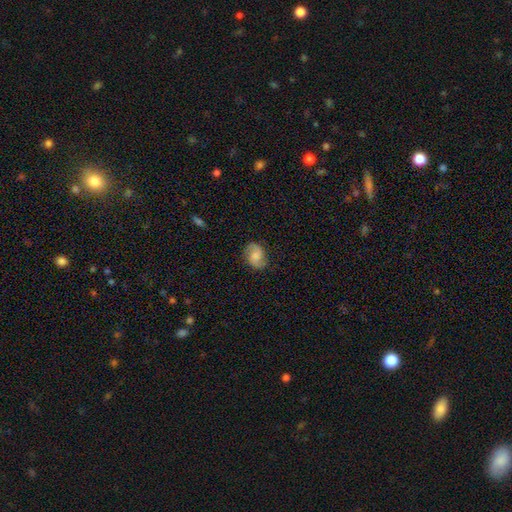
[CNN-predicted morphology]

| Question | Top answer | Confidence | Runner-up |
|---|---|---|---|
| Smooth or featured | featured or disk | 62% | smooth (30%) |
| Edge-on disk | no | 98% | yes (2%) |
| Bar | no | 53% | weak (39%) |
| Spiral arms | yes | 94% | no (6%) |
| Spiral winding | medium | 48% | loose (35%) |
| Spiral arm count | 2 | 91% | can't tell (4%) |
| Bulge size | none | 36% | moderate (26%) |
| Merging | none | 80% | minor disturbance (14%) |